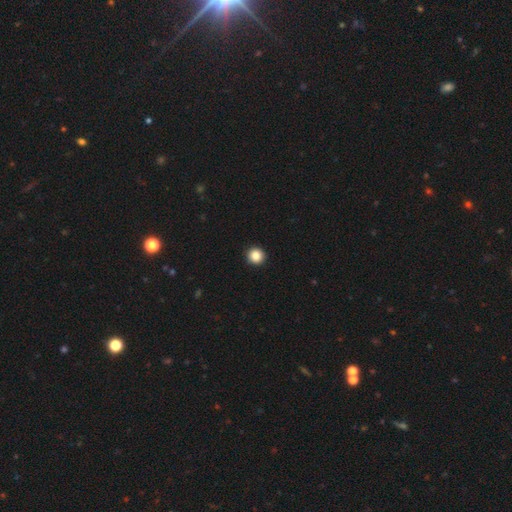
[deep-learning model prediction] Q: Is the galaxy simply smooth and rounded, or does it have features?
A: smooth — 86%.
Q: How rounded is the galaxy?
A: round — 95%.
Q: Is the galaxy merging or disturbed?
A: none — 94%.